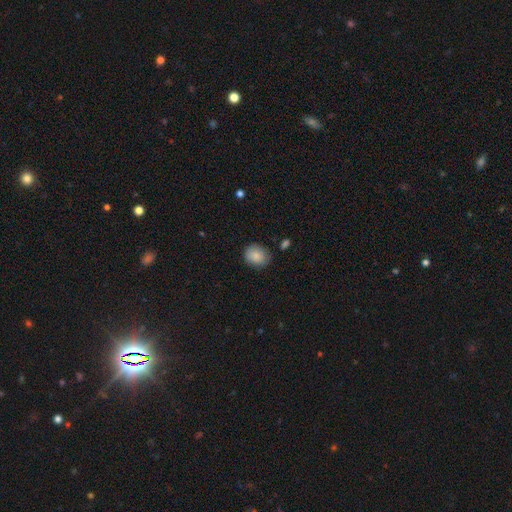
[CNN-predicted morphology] Overall: smooth (87%). How rounded: round (58%; in between 41%). Merging: none (76%).